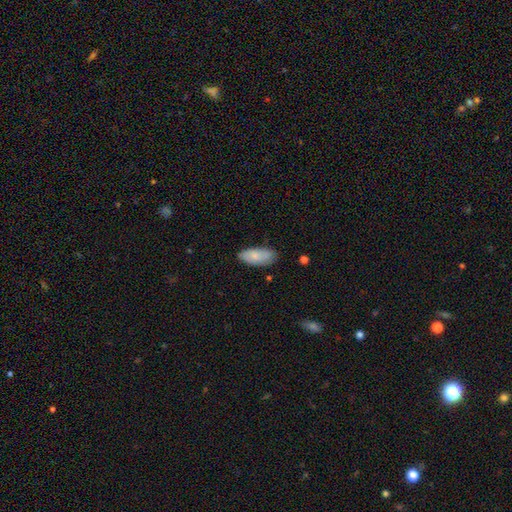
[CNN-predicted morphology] This appears to be a smooth galaxy with no disk features (78%) that is in between round and cigar-shaped (88%). Merging: none (77%).